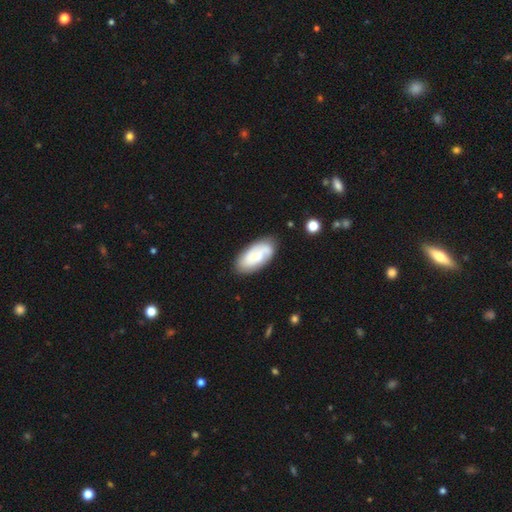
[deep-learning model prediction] smooth-or-featured: smooth: 52% | featured or disk: 42% | star or artifact: 7%
  how-rounded: in between: 92% | cigar-shaped: 5% | round: 3%
  merging: none: 75% | minor disturbance: 18% | major disturbance: 5% | merger: 2%